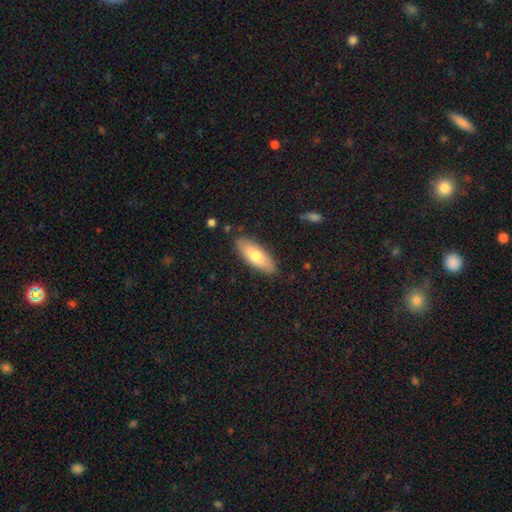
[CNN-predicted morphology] smooth-or-featured: smooth: 73% | featured or disk: 21% | star or artifact: 6%
  how-rounded: in between: 70% | cigar-shaped: 28% | round: 2%
  merging: none: 86% | minor disturbance: 11% | major disturbance: 2% | merger: 1%